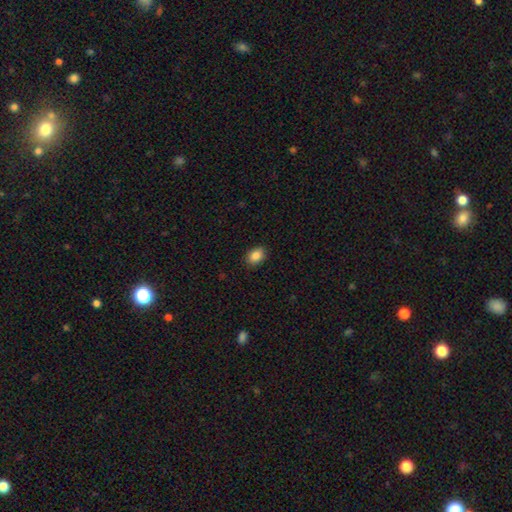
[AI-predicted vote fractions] Morphology: type=smooth (87%); roundness=in between (76%); merging=none (89%).